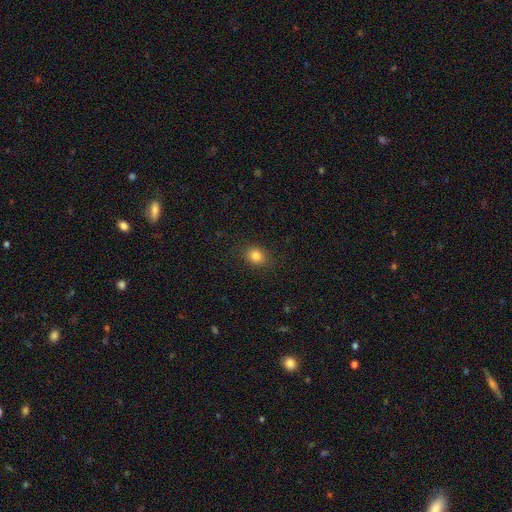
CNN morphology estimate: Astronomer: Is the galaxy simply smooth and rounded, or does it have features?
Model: smooth — 84%.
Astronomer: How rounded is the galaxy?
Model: round — 51% (runner-up: in between, 48%).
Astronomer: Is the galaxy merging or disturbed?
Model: none — 87%.